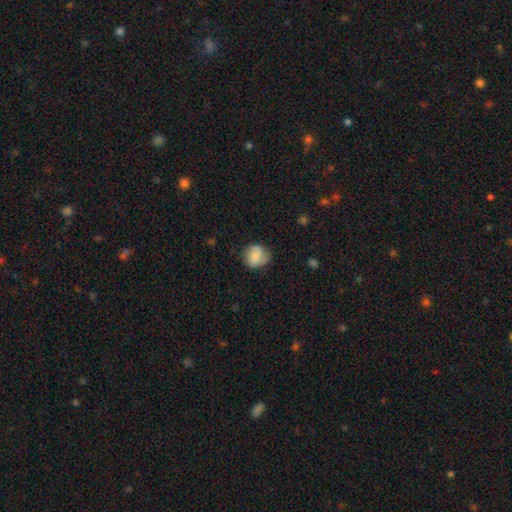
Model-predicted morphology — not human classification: Smooth or featured? Predicted: smooth (p=0.75). How rounded? Predicted: round (p=0.80). Merging? Predicted: none (p=0.65).